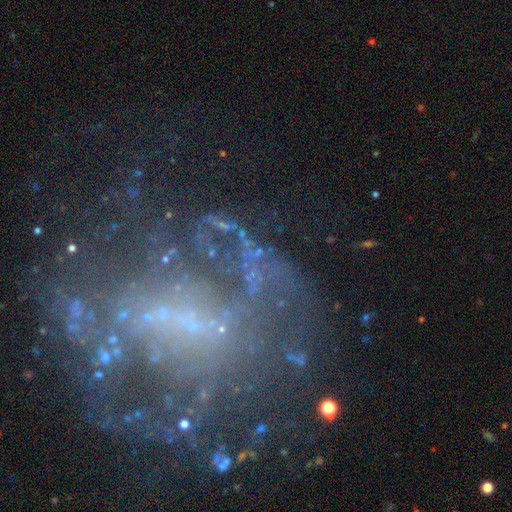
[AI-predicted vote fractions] Smooth or featured: star or artifact — 43% (featured or disk — 41%)